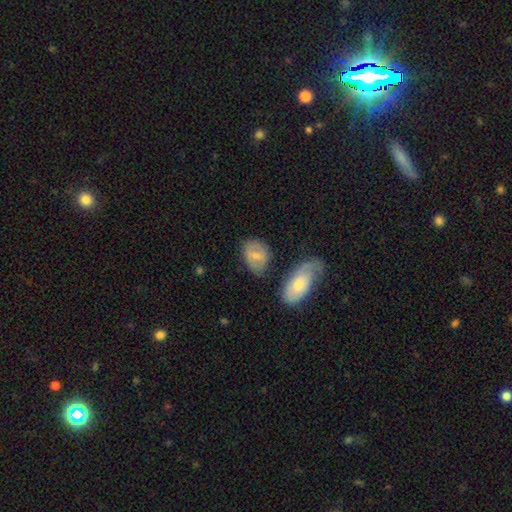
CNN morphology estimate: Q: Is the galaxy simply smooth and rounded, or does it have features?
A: smooth — 59%.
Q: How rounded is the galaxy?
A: in between — 76%.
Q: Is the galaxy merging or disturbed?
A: none — 64%.